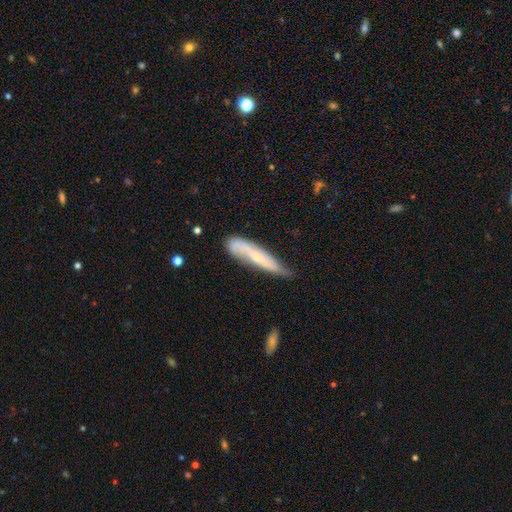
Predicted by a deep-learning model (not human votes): This appears to be a featured or disk galaxy (51%) with not edge-on (50%, tied with yes). Merging: none (50%).